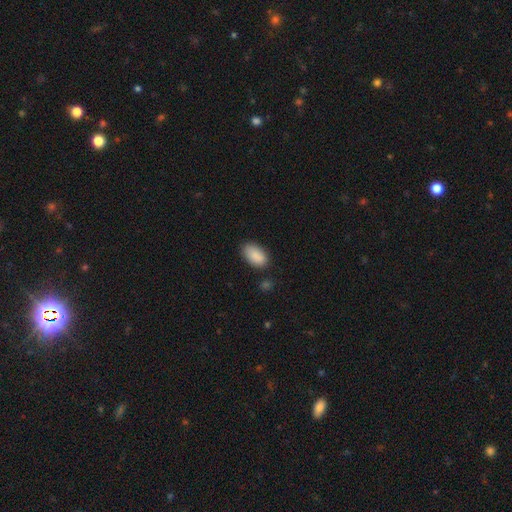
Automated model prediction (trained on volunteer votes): Morphology: type=smooth (89%); roundness=in between (94%); merging=none (81%).